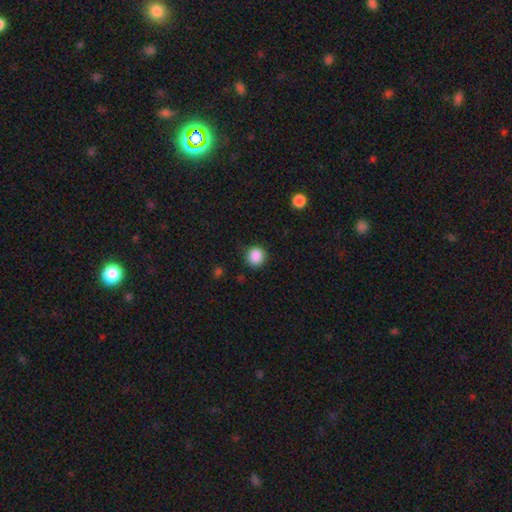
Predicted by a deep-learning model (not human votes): Q: Smooth or featured?
A: smooth (88%); runner-up: star or artifact (10%)
Q: How rounded?
A: round (90%); runner-up: in between (9%)
Q: Merging?
A: none (88%); runner-up: minor disturbance (8%)